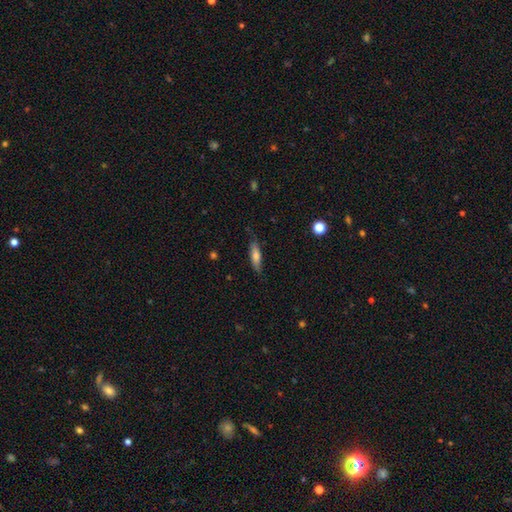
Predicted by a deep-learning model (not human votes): Smooth or featured? Predicted: smooth (p=0.64). How rounded? Predicted: cigar-shaped (p=0.67). Merging? Predicted: none (p=0.76).